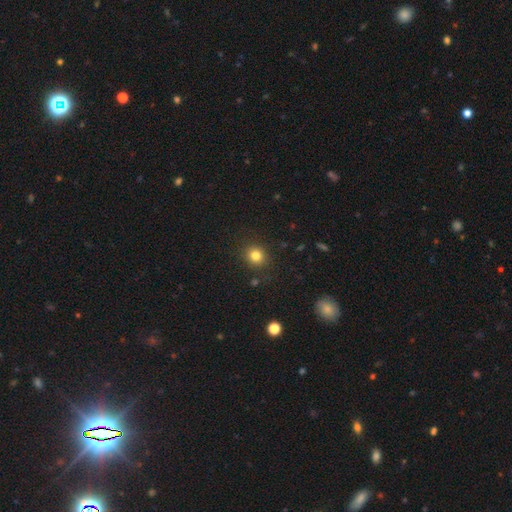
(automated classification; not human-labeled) This appears to be a smooth galaxy with no disk features (81%) that is round (85%). Merging: none (88%).